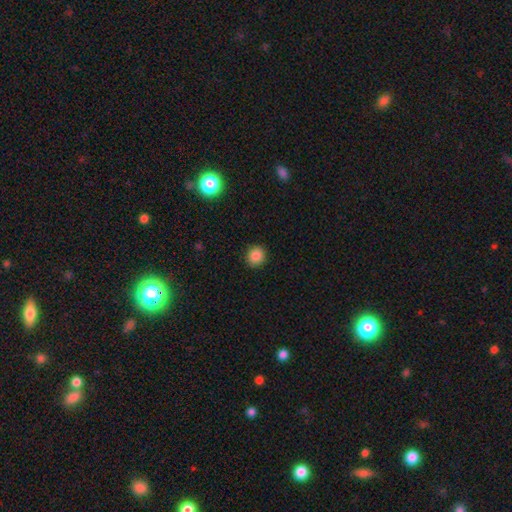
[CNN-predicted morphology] A smooth galaxy with no disk features (86%) that is round (84%). Merging: none (91%).